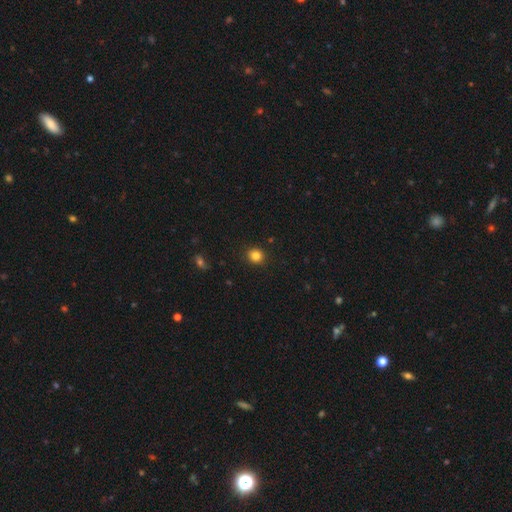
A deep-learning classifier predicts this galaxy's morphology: smooth 83%, star or artifact 12%, featured or disk 4%. Down the decision tree: how rounded — round (86%); merging — none (90%).